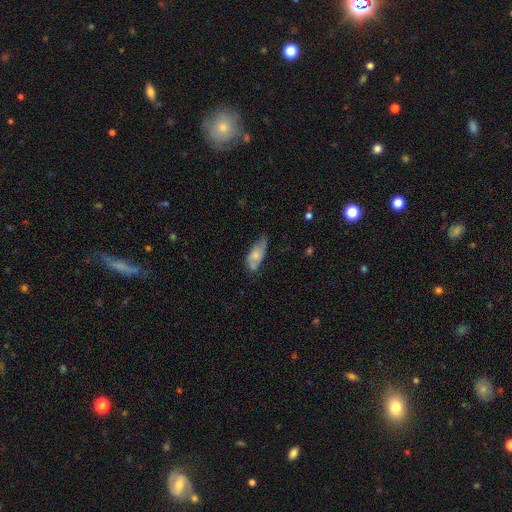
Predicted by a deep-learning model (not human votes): Q: Smooth or featured?
A: smooth (64%); runner-up: featured or disk (29%)
Q: How rounded?
A: in between (81%); runner-up: cigar-shaped (16%)
Q: Merging?
A: none (45%); runner-up: minor disturbance (39%)